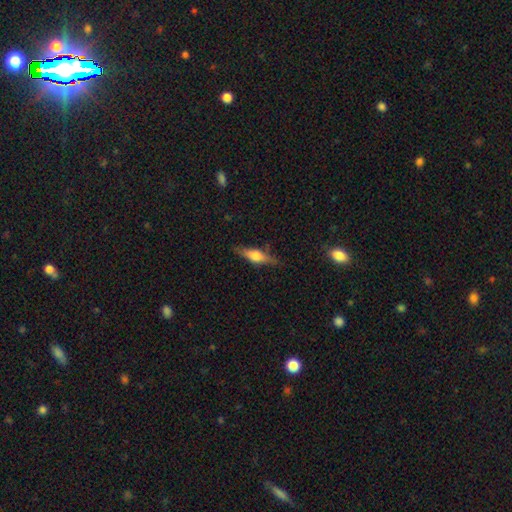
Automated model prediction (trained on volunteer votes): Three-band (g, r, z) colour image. It shows a featured or disk galaxy (54%) viewed edge-on (94%) with a rounded central bulge (88%). Merging: none (81%).